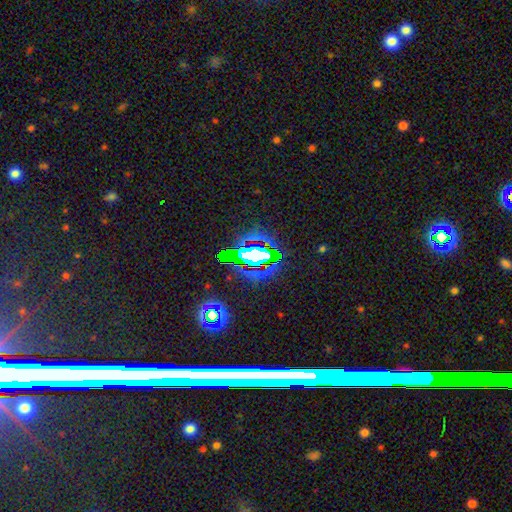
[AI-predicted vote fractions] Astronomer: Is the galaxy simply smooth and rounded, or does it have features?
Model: star or artifact — 64%.